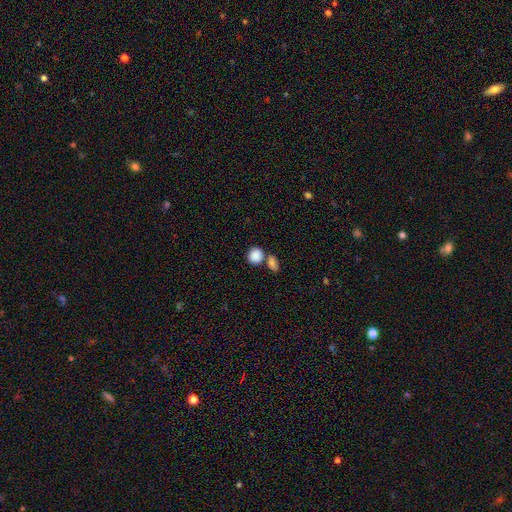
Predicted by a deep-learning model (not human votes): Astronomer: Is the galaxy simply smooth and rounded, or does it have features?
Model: smooth — 87%.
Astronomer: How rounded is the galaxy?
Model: round — 74%.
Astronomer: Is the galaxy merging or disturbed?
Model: none — 55% (runner-up: merger, 32%).